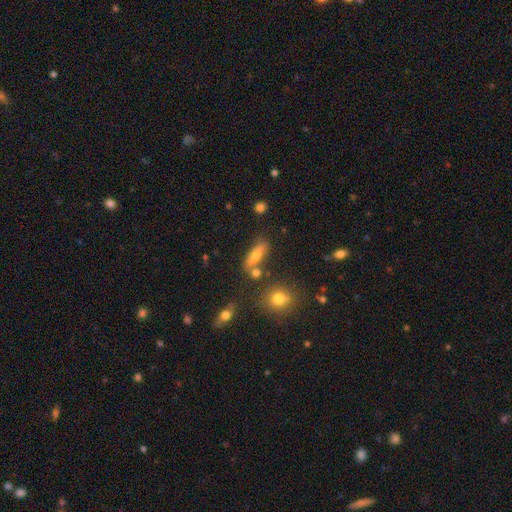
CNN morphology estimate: A smooth galaxy with no disk features (56%) that is cigar-shaped (56%). Merging: none (71%).